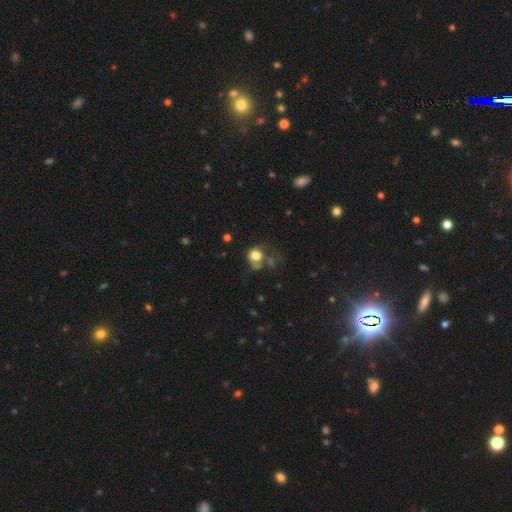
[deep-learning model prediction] A smooth galaxy with no disk features (73%) that is round (73%).

Vote fractions:
- Smooth or featured? smooth: 73% / featured or disk: 15% / star or artifact: 12%
- How rounded? round: 73% / in between: 27% / cigar-shaped: 1%
- Merging? none: 39% / major disturbance: 24% / minor disturbance: 21% / merger: 16%